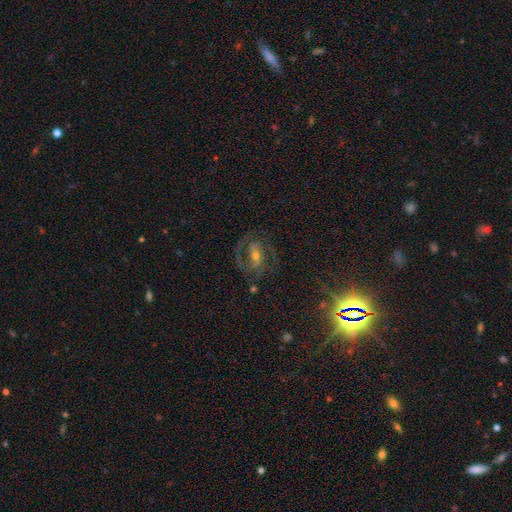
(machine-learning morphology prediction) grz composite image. It shows a featured or disk galaxy (79%) with a weak bar (39%), 2 (83%) medium (55%) spiral arms (93%) and a small central bulge (48%). Merging: none (74%).